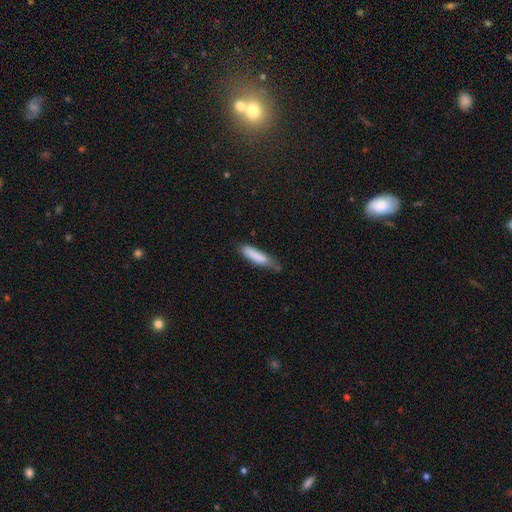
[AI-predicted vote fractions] A smooth galaxy with no disk features (83%) that is cigar-shaped (76%). Merging: none (56%).